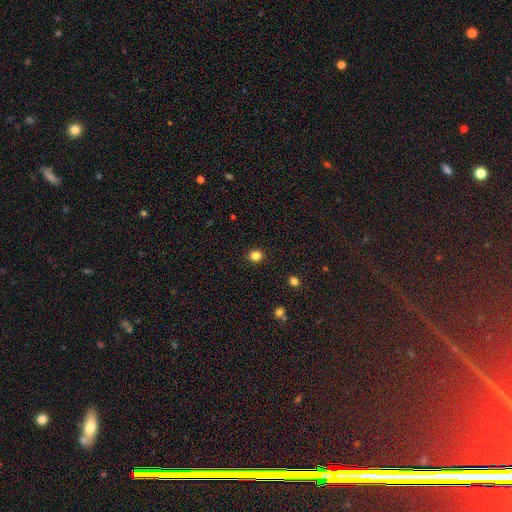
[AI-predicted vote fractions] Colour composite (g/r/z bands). It shows a smooth galaxy with no disk features (84%) that is round (83%). Merging: none (92%).